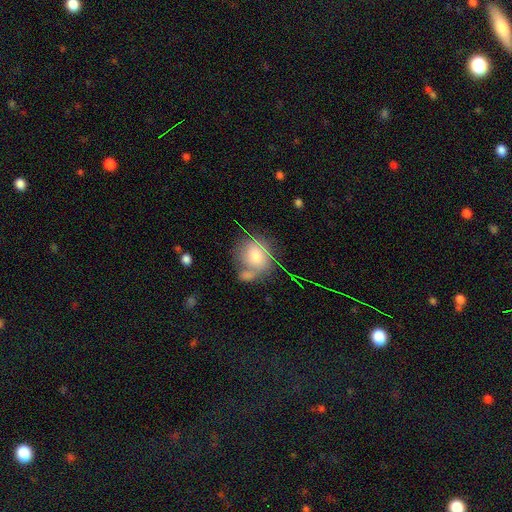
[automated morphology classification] A smooth galaxy with no disk features (58%) that is round (75%).

Vote fractions:
- Smooth or featured? smooth: 58% / featured or disk: 31% / star or artifact: 10%
- How rounded? round: 75% / in between: 24% / cigar-shaped: 1%
- Merging? none: 49% / merger: 23% / minor disturbance: 18% / major disturbance: 10%